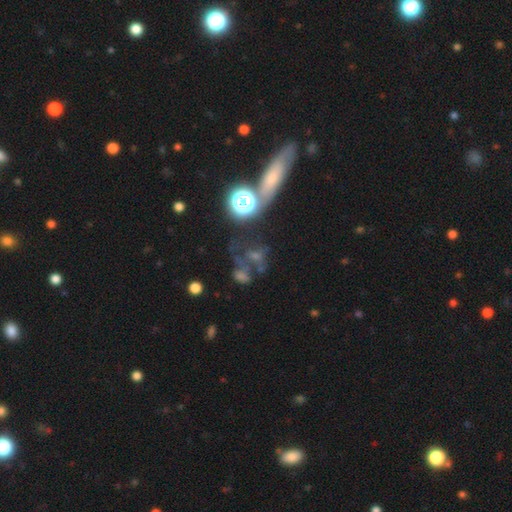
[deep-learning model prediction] A star or artifact, not a galaxy (37%).

Vote fractions:
- Smooth or featured? star or artifact: 37% / smooth: 34% / featured or disk: 30%